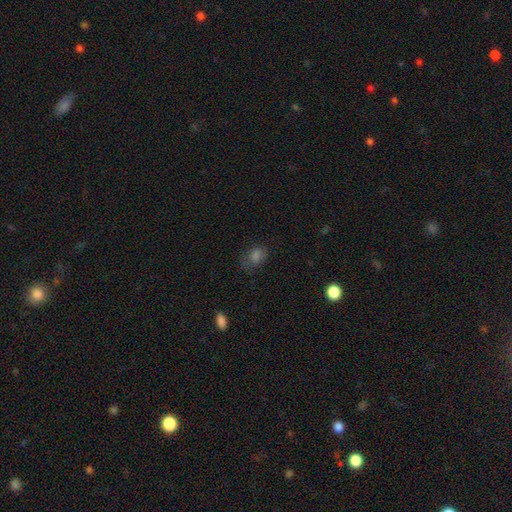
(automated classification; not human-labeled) Morphology: type=smooth (68%); roundness=in between (65%); merging=none (66%).